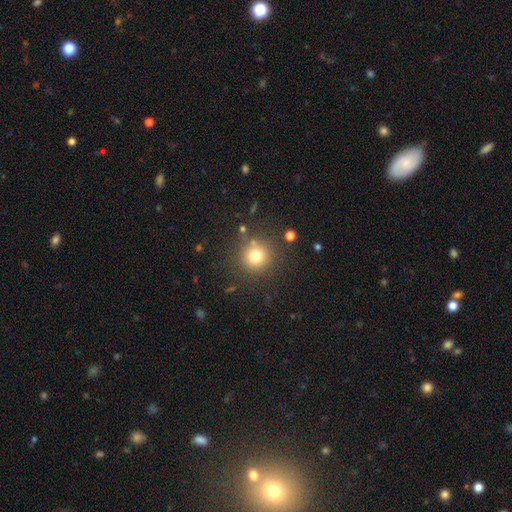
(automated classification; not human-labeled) smooth-or-featured: smooth: 76% | star or artifact: 15% | featured or disk: 9%
  how-rounded: round: 94% | in between: 5% | cigar-shaped: 1%
  merging: none: 83% | minor disturbance: 9% | merger: 5% | major disturbance: 4%